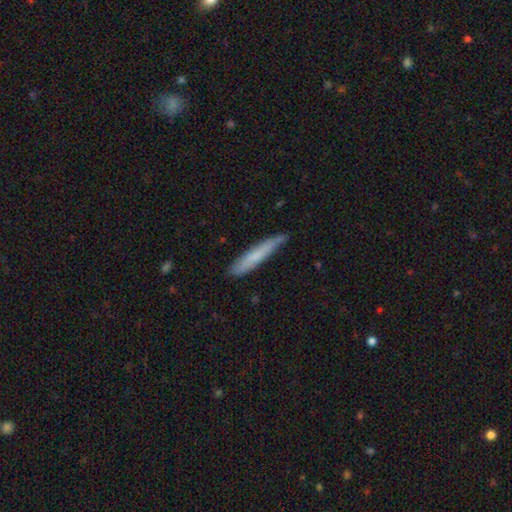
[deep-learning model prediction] A smooth galaxy with no disk features (68%) that is cigar-shaped (93%). Merging: none (77%).